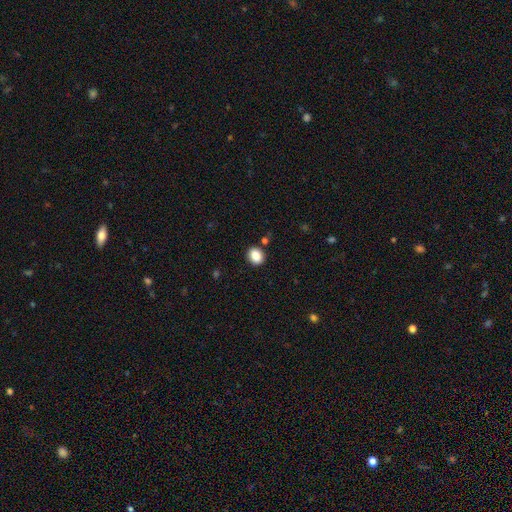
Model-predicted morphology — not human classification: Q: Smooth or featured?
A: smooth (86%); runner-up: star or artifact (9%)
Q: How rounded?
A: round (59%); runner-up: in between (40%)
Q: Merging?
A: none (87%); runner-up: minor disturbance (8%)